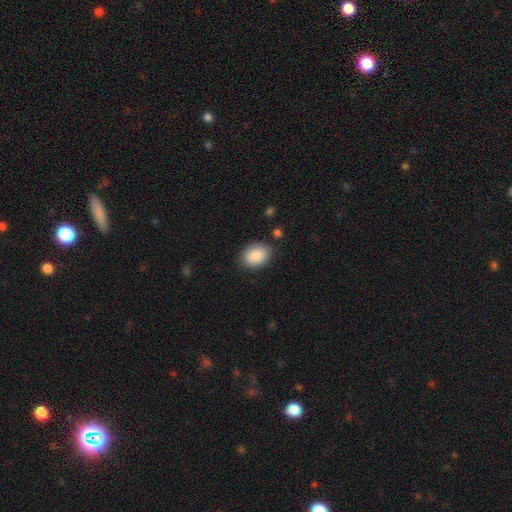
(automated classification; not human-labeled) The model was most divided on "how rounded": in between: 70%, round: 29%, cigar-shaped: 1%. More confident: smooth or featured — smooth (89%); merging — none (85%).